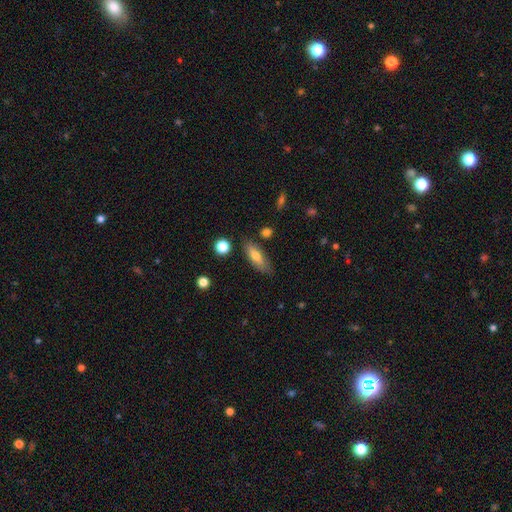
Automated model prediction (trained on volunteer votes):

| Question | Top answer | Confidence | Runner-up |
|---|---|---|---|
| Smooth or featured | smooth | 67% | featured or disk (26%) |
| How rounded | in between | 56% | cigar-shaped (41%) |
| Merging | none | 78% | minor disturbance (15%) |